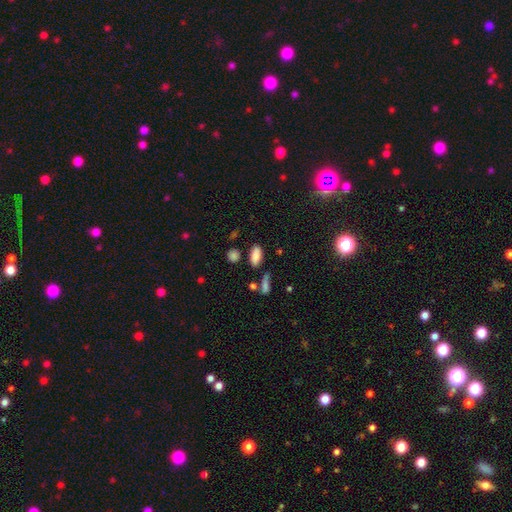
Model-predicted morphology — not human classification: Smooth or featured? Predicted: smooth (p=0.84). How rounded? Predicted: in between (p=0.88). Merging? Predicted: none (p=0.75).